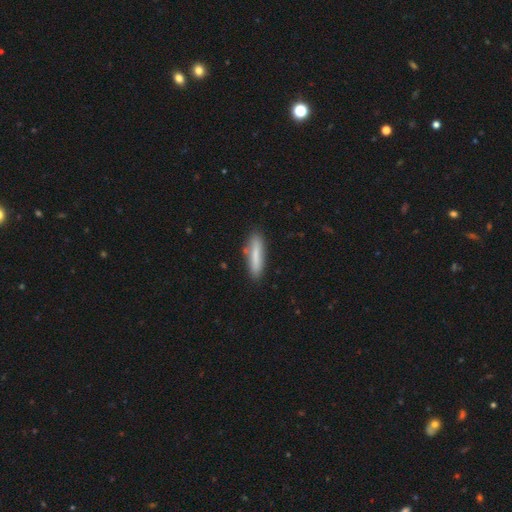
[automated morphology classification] smooth 77%, featured or disk 16%, star or artifact 6%. Down the decision tree: how rounded — cigar-shaped (80%); merging — none (81%).